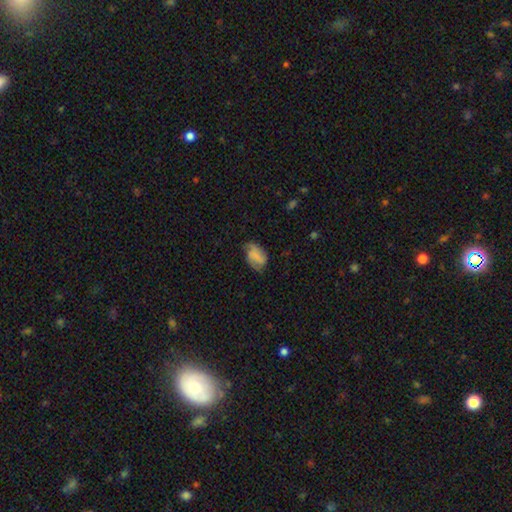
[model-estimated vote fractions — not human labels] Smooth or featured? smooth (50%)
How rounded? in between (82%)
Merging? none (55%)